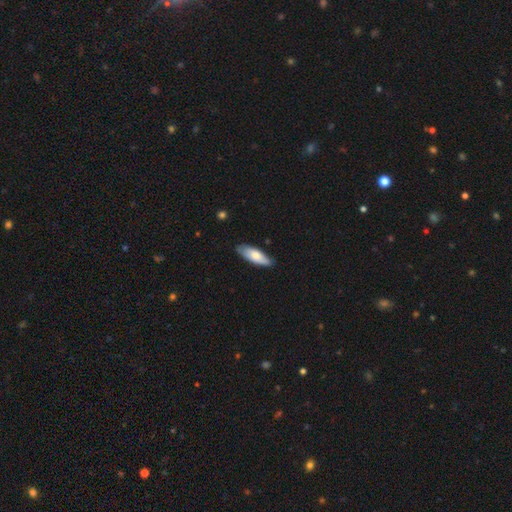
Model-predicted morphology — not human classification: smooth_or_featured: smooth (p=0.69) [alt: featured or disk p=0.25]
how_rounded: in between (p=0.64) [alt: cigar-shaped p=0.34]
merging: none (p=0.81) [alt: minor disturbance p=0.15]